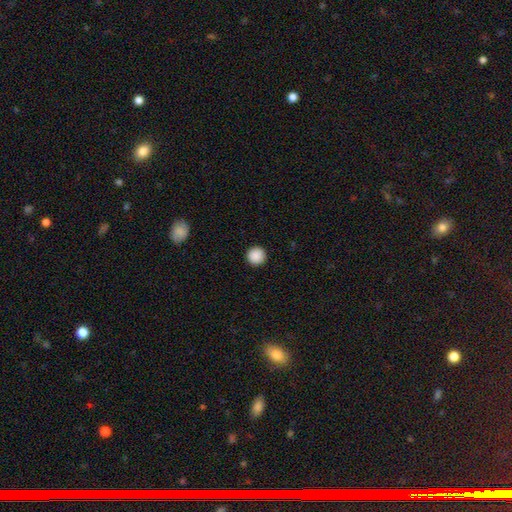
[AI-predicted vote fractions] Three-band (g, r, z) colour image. It shows a smooth galaxy with no disk features (89%) that is round (96%). Merging: none (93%).